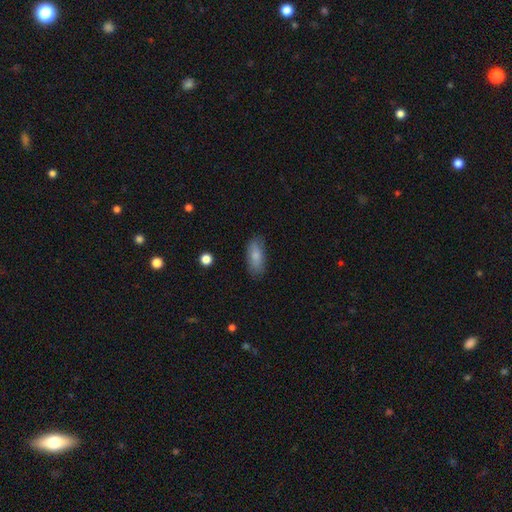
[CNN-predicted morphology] smooth 81%, featured or disk 12%, star or artifact 7%. Down the decision tree: how rounded — in between (82%); merging — none (78%).